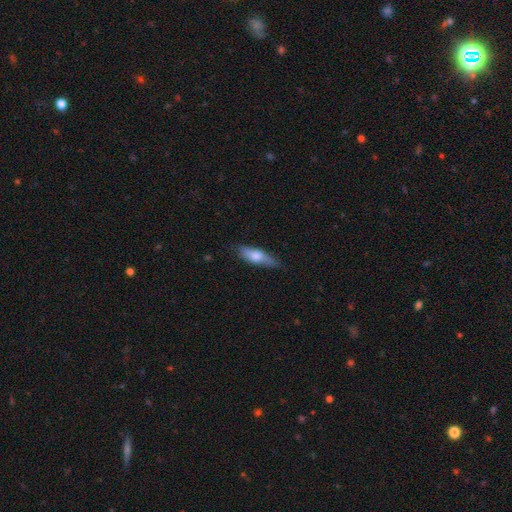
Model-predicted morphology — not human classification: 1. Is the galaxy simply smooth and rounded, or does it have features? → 65% smooth, 29% featured or disk, 6% star or artifact.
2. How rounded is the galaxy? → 52% in between, 45% cigar-shaped, 3% round.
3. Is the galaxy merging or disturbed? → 71% none, 23% minor disturbance, 5% major disturbance, 2% merger.